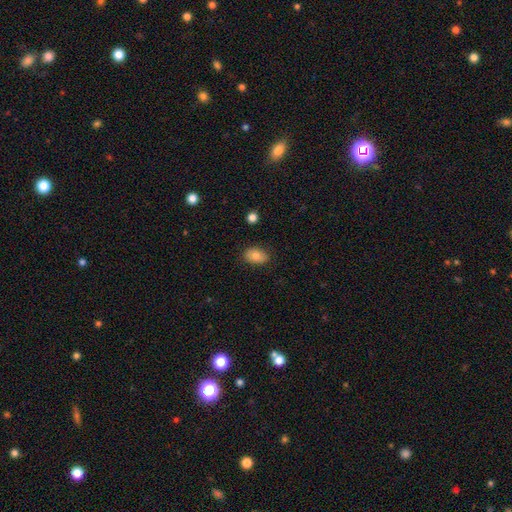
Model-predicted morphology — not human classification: type=smooth (81%); roundness=in between (84%); merging=none (84%).